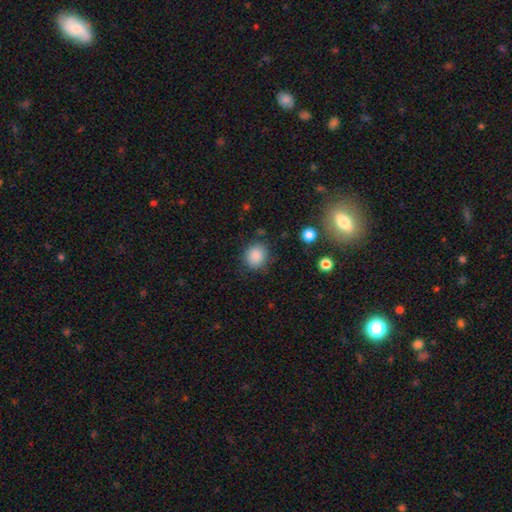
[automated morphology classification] Smooth or featured?
  - smooth: 86% *
  - star or artifact: 9%
  - featured or disk: 4%
How rounded?
  - round: 75% *
  - in between: 24%
  - cigar-shaped: 1%
Merging?
  - none: 82% *
  - minor disturbance: 12%
  - major disturbance: 4%
  - merger: 2%